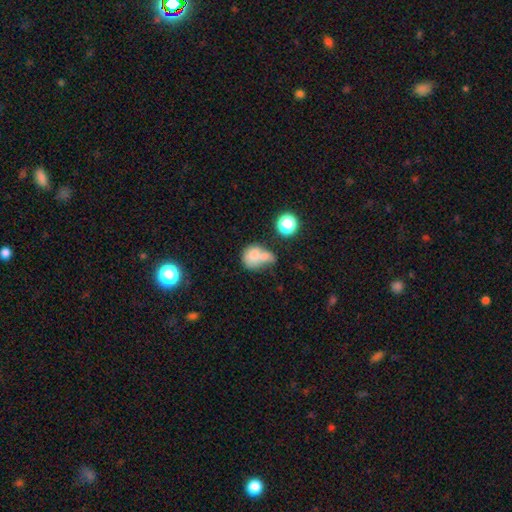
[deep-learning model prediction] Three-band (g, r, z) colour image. It shows a smooth galaxy with no disk features (68%) that is round (51%). Merging: merger (61%).